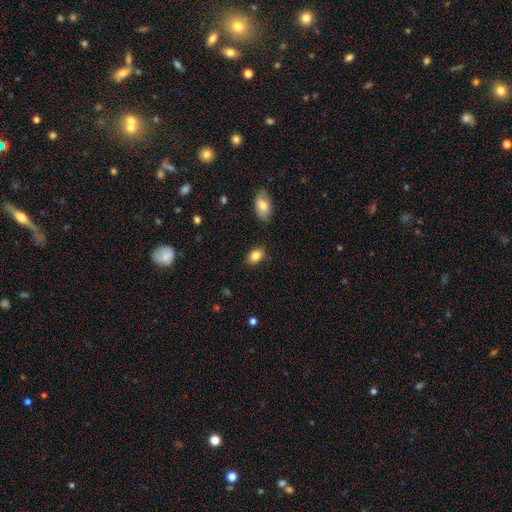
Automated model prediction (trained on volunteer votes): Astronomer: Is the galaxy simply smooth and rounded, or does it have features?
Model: smooth — 84%.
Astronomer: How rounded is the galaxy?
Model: in between — 86%.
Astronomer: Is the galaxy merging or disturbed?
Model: none — 84%.